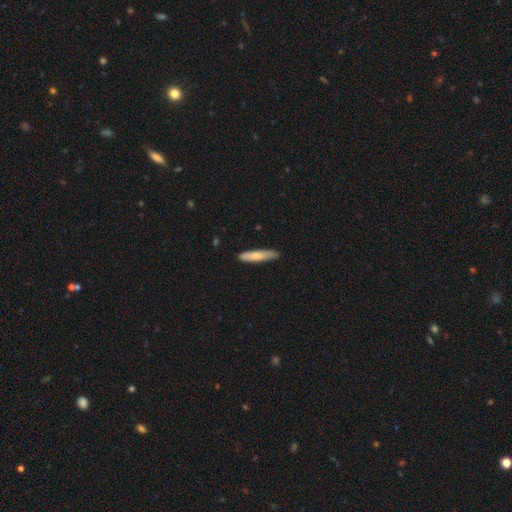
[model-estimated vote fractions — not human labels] A smooth galaxy with no disk features (75%) that is cigar-shaped (86%).

Vote fractions:
- Smooth or featured? smooth: 75% / featured or disk: 20% / star or artifact: 5%
- How rounded? cigar-shaped: 86% / in between: 13% / round: 1%
- Merging? none: 81% / minor disturbance: 16% / major disturbance: 2% / merger: 1%